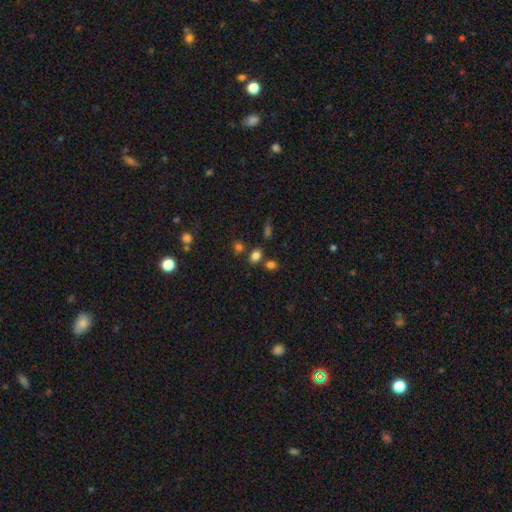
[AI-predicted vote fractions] The model was most divided on "how rounded": in between: 62%, round: 37%, cigar-shaped: 2%. More confident: smooth or featured — smooth (79%); merging — none (70%).